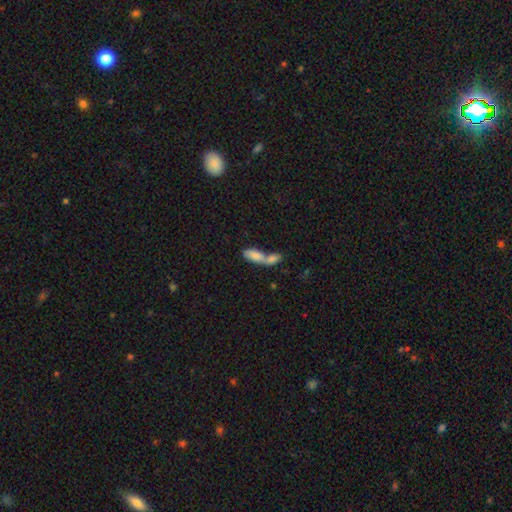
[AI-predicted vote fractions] Morphology: type=smooth (78%); roundness=in between (78%); merging=merger (77%).